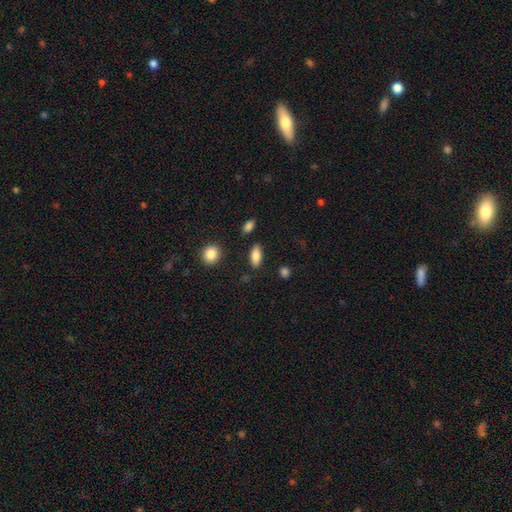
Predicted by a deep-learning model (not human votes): Overall: smooth (84%). How rounded: in between (84%). Merging: none (85%).